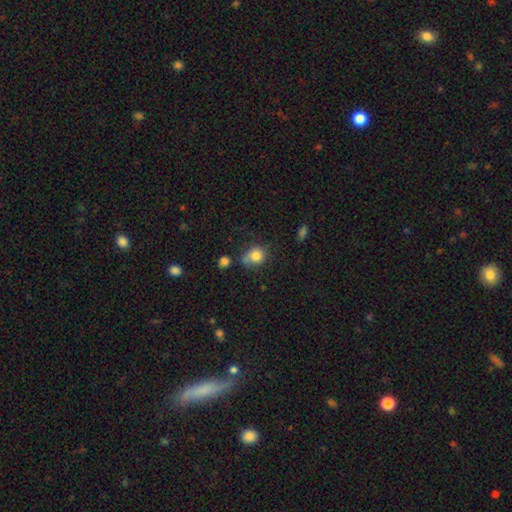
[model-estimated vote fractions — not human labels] This appears to be a smooth galaxy with no disk features (81%) that is round (70%). Merging: none (54%).